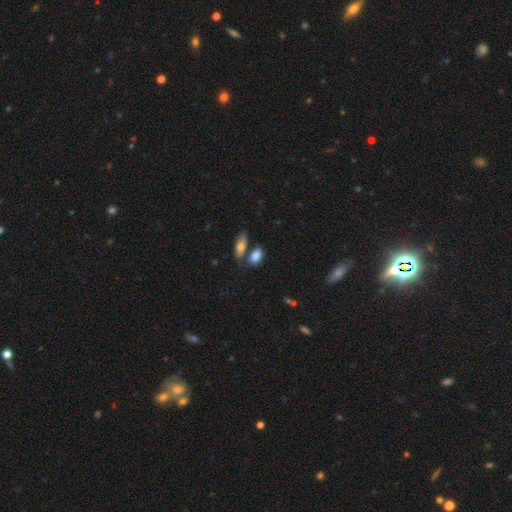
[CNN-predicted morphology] smooth 83%, featured or disk 9%, star or artifact 8%. Down the decision tree: how rounded — in between (85%); merging — none (57%).